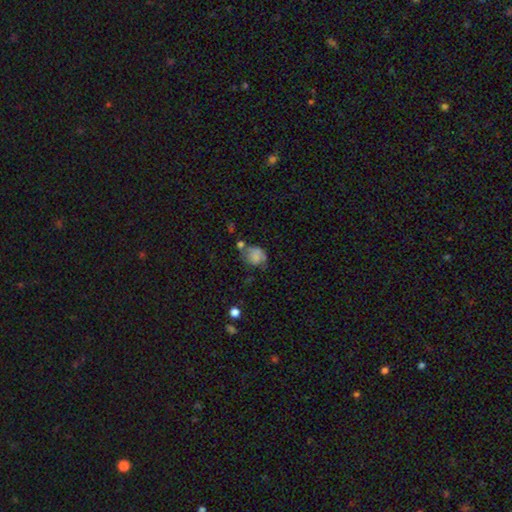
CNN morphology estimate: This appears to be a smooth galaxy with no disk features (69%) that is round (62%). Merging: none (39%).